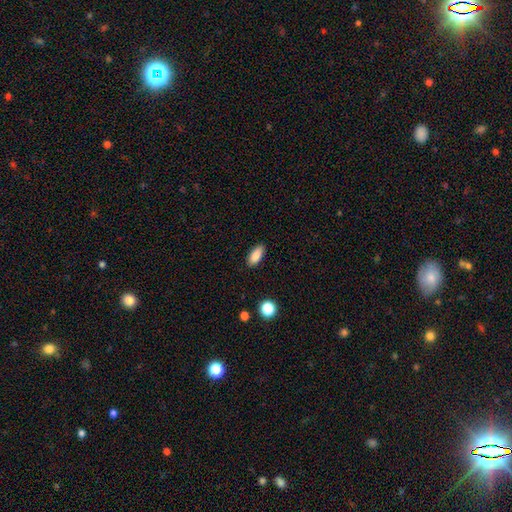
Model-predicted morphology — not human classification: A smooth galaxy with no disk features (87%) that is in between round and cigar-shaped (83%). Merging: none (87%).